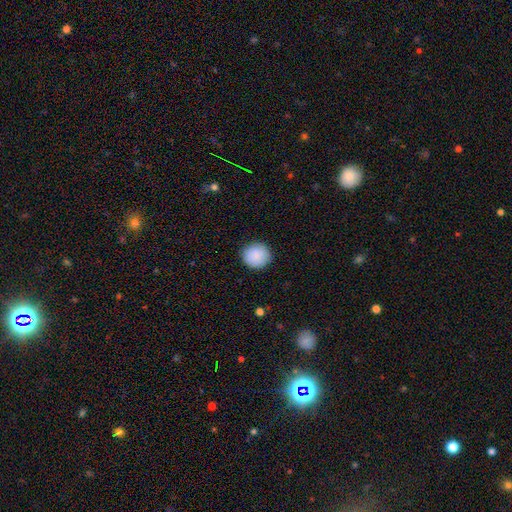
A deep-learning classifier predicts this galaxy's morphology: Overall: smooth (90%). How rounded: round (90%). Merging: none (90%).